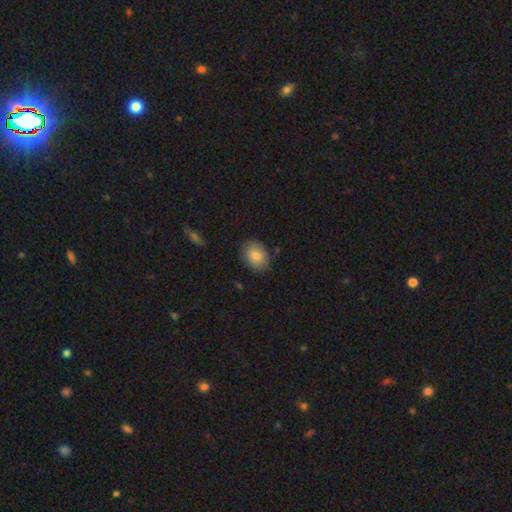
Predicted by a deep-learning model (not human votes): smooth-or-featured: smooth: 83% | featured or disk: 9% | star or artifact: 8%
  how-rounded: in between: 70% | round: 29% | cigar-shaped: 1%
  merging: none: 83% | minor disturbance: 13% | major disturbance: 3% | merger: 1%